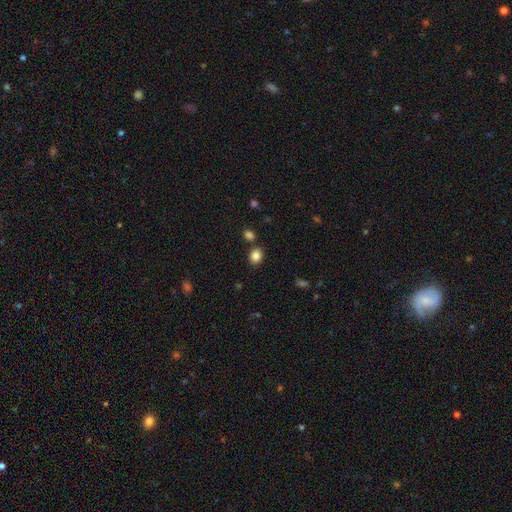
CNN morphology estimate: A smooth galaxy with no disk features (85%) that is round (55%). Merging: none (80%).